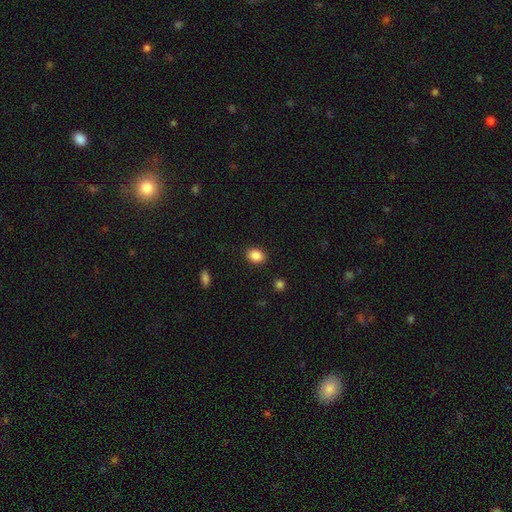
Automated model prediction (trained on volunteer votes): This appears to be a smooth galaxy with no disk features (88%) that is in between round and cigar-shaped (66%). Merging: none (89%).